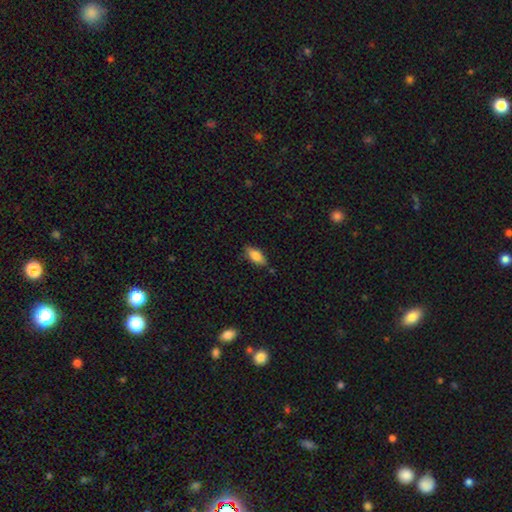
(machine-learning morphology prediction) A smooth galaxy with no disk features (82%) that is in between round and cigar-shaped (85%). Merging: none (78%).